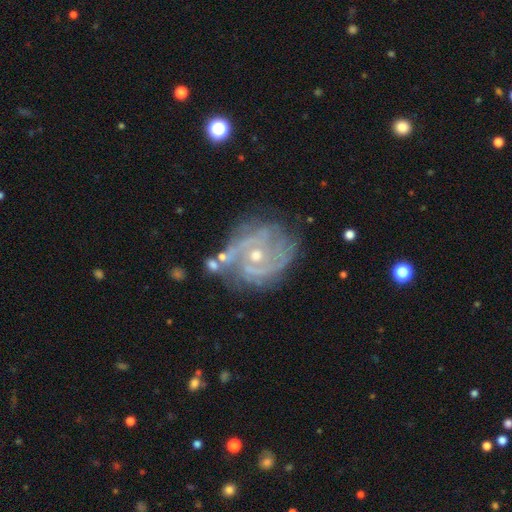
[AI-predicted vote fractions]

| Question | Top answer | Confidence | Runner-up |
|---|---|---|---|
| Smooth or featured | featured or disk | 88% | star or artifact (6%) |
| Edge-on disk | no | 97% | yes (3%) |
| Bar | no | 68% | weak (25%) |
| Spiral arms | yes | 94% | no (6%) |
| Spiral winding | tight | 60% | medium (33%) |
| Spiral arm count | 2 | 36% | can't tell (24%) |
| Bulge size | moderate | 56% | small (40%) |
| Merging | none | 64% | minor disturbance (22%) |